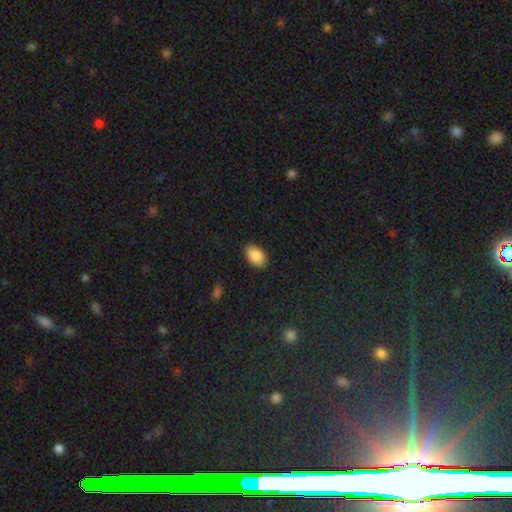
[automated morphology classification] A smooth galaxy with no disk features (88%) that is in between round and cigar-shaped (92%). Merging: none (85%).